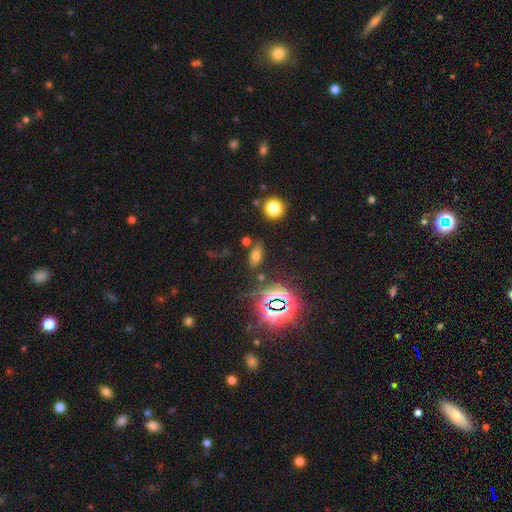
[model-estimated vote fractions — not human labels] The model was most divided on "smooth or featured": smooth: 61%, star or artifact: 27%, featured or disk: 12%. More confident: how rounded — in between (83%); merging — none (78%).